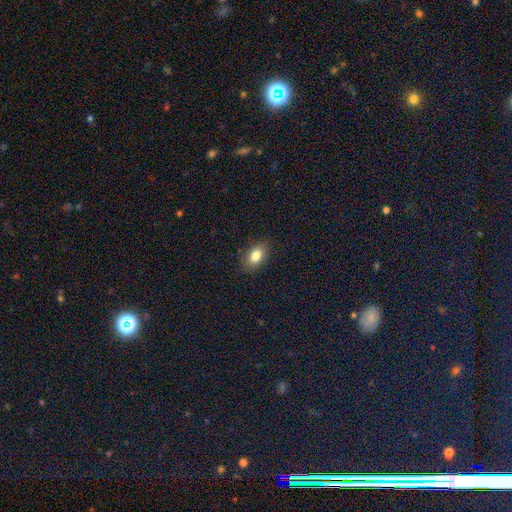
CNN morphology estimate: smooth-or-featured: smooth: 82% | featured or disk: 9% | star or artifact: 9%
  how-rounded: in between: 87% | round: 11% | cigar-shaped: 2%
  merging: none: 86% | minor disturbance: 11% | major disturbance: 3% | merger: 1%